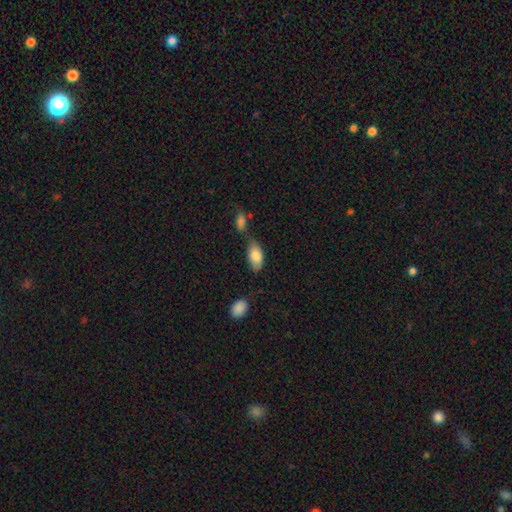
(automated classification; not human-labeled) Overall: smooth (84%). How rounded: in between (93%). Merging: none (43%; minor disturbance 25%).